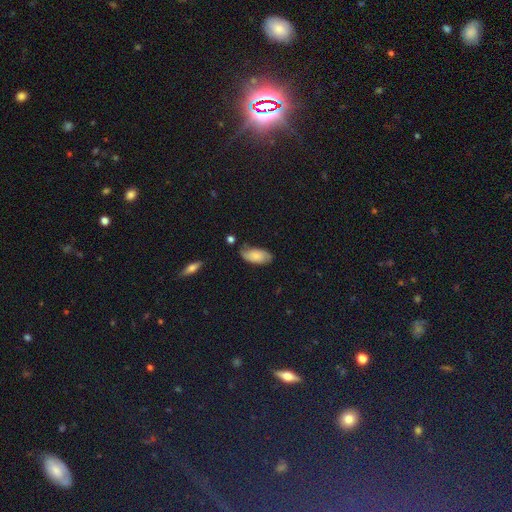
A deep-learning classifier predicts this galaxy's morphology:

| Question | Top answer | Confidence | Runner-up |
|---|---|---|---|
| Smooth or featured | smooth | 68% | featured or disk (24%) |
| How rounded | in between | 92% | cigar-shaped (5%) |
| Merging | none | 67% | minor disturbance (24%) |